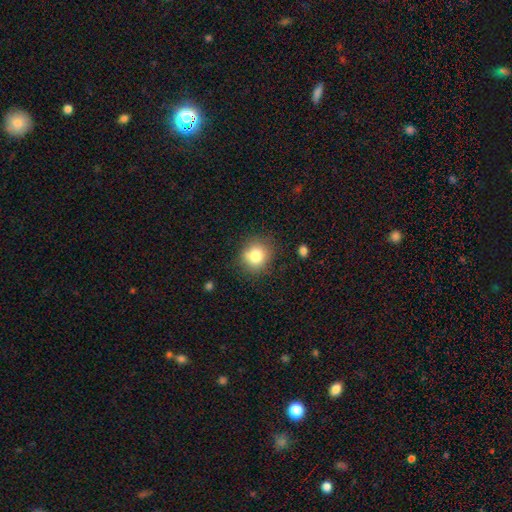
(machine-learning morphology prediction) Q: Smooth or featured?
A: smooth (79%); runner-up: star or artifact (11%)
Q: How rounded?
A: round (84%); runner-up: in between (15%)
Q: Merging?
A: none (79%); runner-up: minor disturbance (14%)